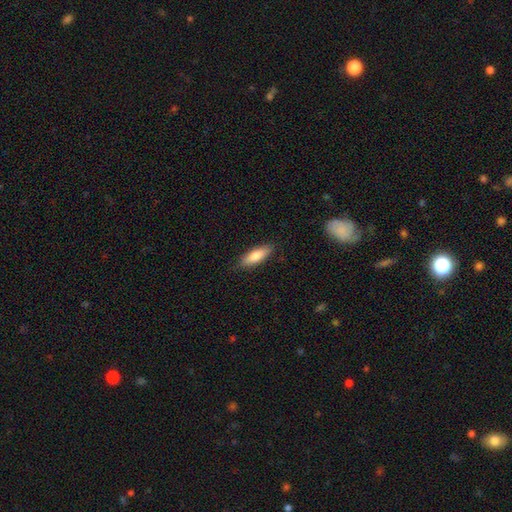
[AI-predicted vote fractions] Q: Smooth or featured?
A: smooth (80%); runner-up: featured or disk (14%)
Q: How rounded?
A: in between (52%); runner-up: cigar-shaped (46%)
Q: Merging?
A: none (86%); runner-up: minor disturbance (11%)